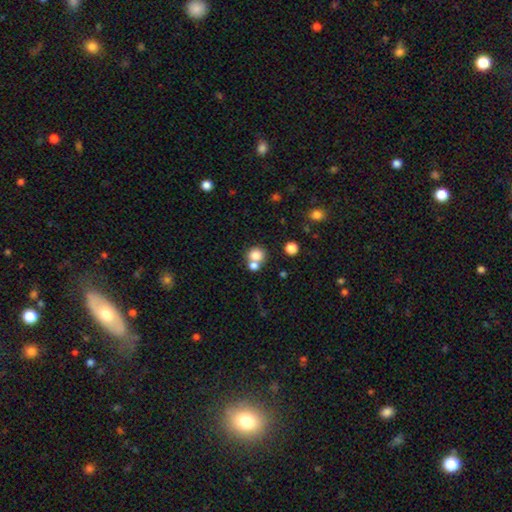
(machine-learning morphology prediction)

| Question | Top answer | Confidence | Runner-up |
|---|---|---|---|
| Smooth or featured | smooth | 79% | star or artifact (11%) |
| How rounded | round | 77% | in between (22%) |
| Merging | none | 46% | merger (43%) |